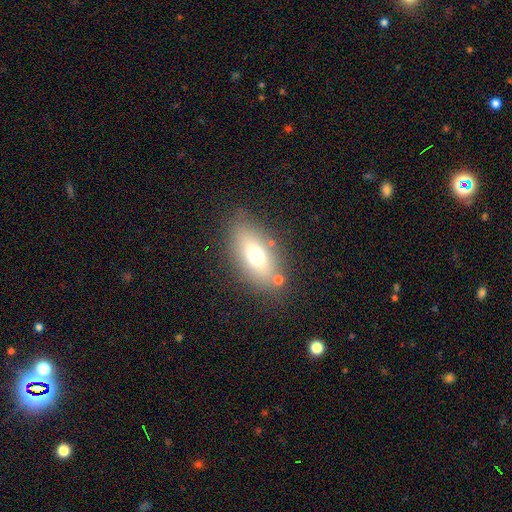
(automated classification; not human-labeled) Smooth or featured? smooth (67%)
How rounded? in between (82%)
Merging? none (77%)